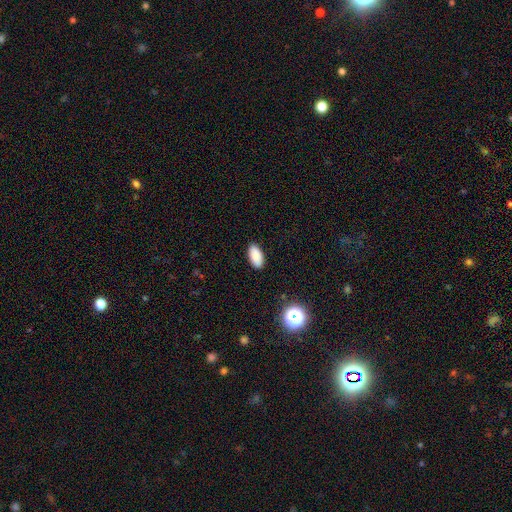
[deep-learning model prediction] The model was most divided on "smooth or featured": smooth: 88%, star or artifact: 8%, featured or disk: 4%. More confident: how rounded — in between (94%); merging — none (89%).